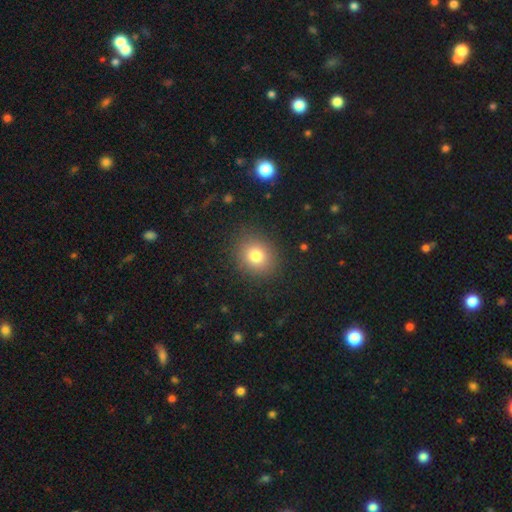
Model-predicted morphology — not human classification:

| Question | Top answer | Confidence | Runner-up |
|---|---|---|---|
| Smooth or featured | smooth | 79% | star or artifact (12%) |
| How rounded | round | 69% | in between (30%) |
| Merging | none | 88% | minor disturbance (8%) |